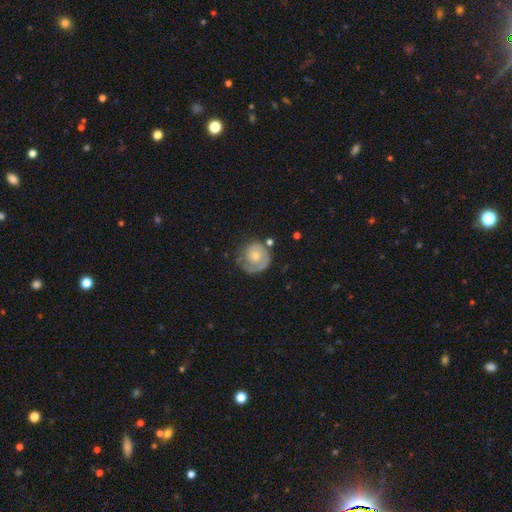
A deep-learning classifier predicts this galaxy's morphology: Q: Smooth or featured?
A: featured or disk (51%); runner-up: smooth (42%)
Q: Edge-on disk?
A: no (98%); runner-up: yes (2%)
Q: Bar?
A: no (82%); runner-up: weak (16%)
Q: Spiral arms?
A: yes (71%); runner-up: no (29%)
Q: Bulge size?
A: moderate (46%); tied with: small (46%)
Q: Merging?
A: none (59%); runner-up: minor disturbance (23%)